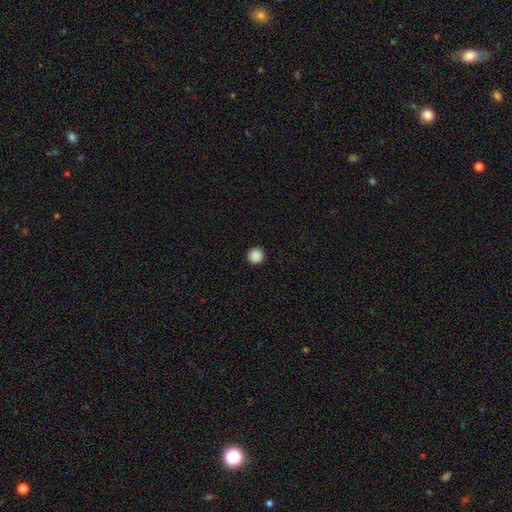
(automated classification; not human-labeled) Overall: smooth (88%). How rounded: round (96%). Merging: none (93%).